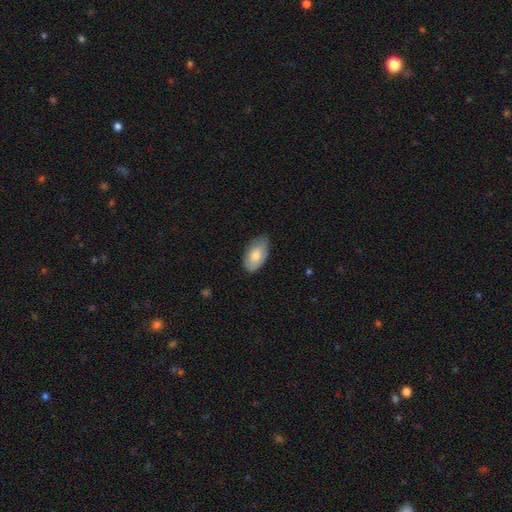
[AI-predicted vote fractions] smooth-or-featured: smooth: 78% | featured or disk: 16% | star or artifact: 6%
  how-rounded: in between: 95% | round: 4% | cigar-shaped: 2%
  merging: none: 72% | minor disturbance: 23% | major disturbance: 3% | merger: 1%